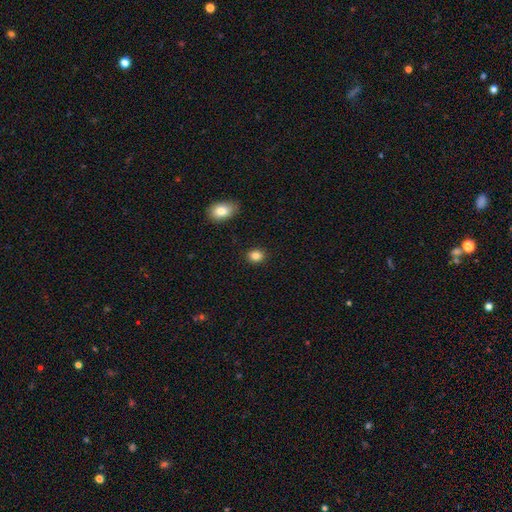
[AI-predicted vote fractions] smooth-or-featured: smooth: 85% | star or artifact: 10% | featured or disk: 5%
  how-rounded: round: 60% | in between: 39% | cigar-shaped: 1%
  merging: none: 89% | minor disturbance: 7% | major disturbance: 2% | merger: 2%